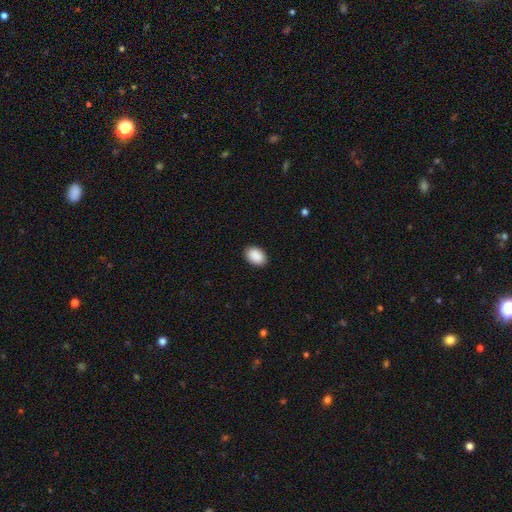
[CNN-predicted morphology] smooth 91%, star or artifact 6%, featured or disk 2%. Down the decision tree: how rounded — in between (86%); merging — none (90%).